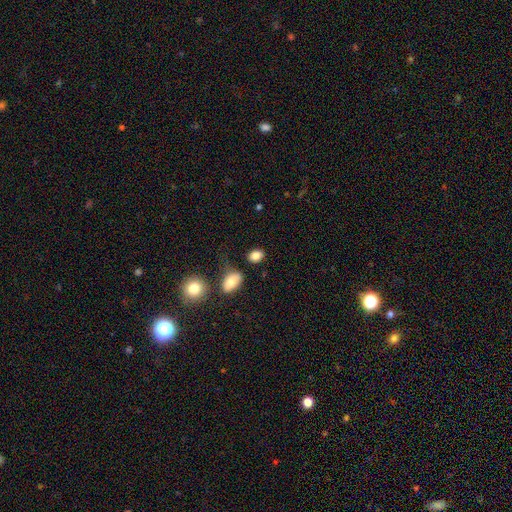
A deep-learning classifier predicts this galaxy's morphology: This appears to be a smooth galaxy with no disk features (85%) that is in between round and cigar-shaped (71%). Merging: none (78%).